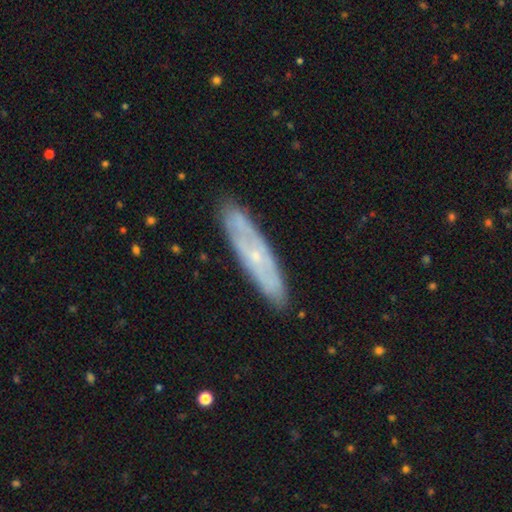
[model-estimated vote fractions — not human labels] Smooth or featured? featured or disk (65%)
Edge-on disk? no (58%)
Merging? none (86%)